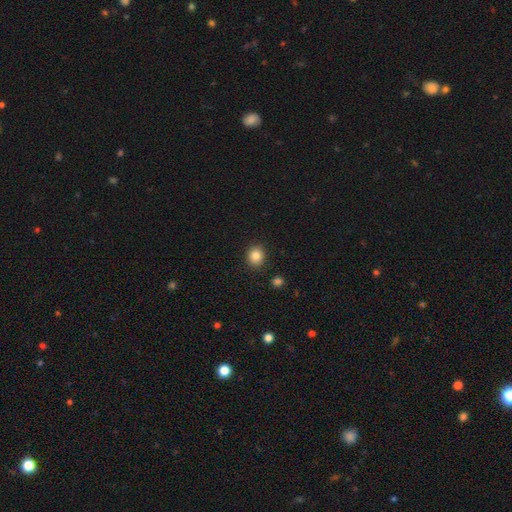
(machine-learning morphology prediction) smooth-or-featured: smooth: 85% | star or artifact: 10% | featured or disk: 5%
  how-rounded: round: 69% | in between: 30% | cigar-shaped: 1%
  merging: none: 89% | minor disturbance: 7% | major disturbance: 2% | merger: 2%